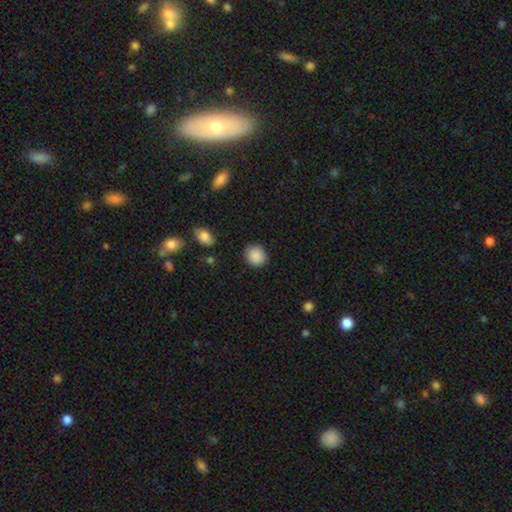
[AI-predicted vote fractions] smooth 89%, star or artifact 8%, featured or disk 3%. Down the decision tree: how rounded — round (82%); merging — none (87%).